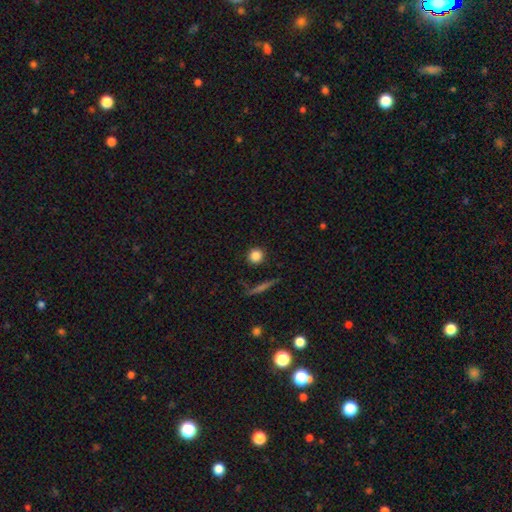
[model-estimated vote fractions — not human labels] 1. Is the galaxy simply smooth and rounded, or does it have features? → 84% smooth, 10% star or artifact, 6% featured or disk.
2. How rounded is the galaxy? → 92% round, 7% in between, 2% cigar-shaped.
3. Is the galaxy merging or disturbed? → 88% none, 7% minor disturbance, 2% major disturbance, 2% merger.